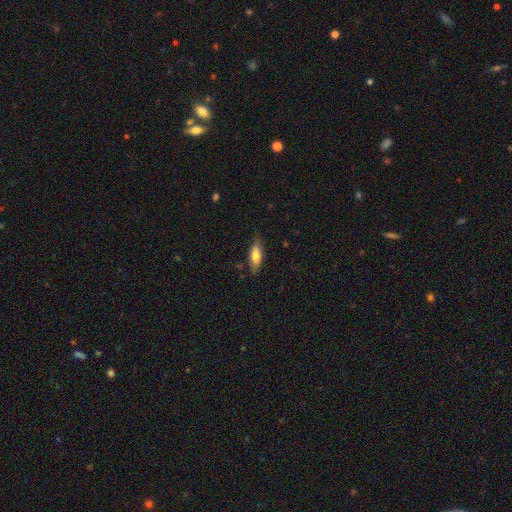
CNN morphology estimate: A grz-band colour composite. It shows a smooth galaxy with no disk features (69%) that is in between round and cigar-shaped (57%). Merging: none (79%).